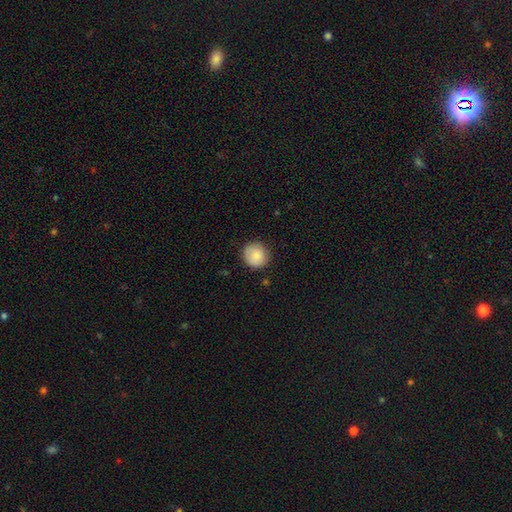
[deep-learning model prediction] A smooth galaxy with no disk features (85%) that is round (92%). Merging: none (85%).